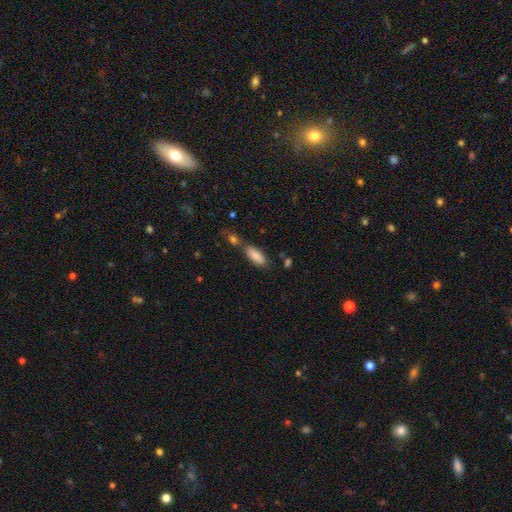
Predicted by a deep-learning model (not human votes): smooth_or_featured: smooth (p=0.85) [alt: featured or disk p=0.08]
how_rounded: in between (p=0.75) [alt: cigar-shaped p=0.23]
merging: none (p=0.58) [alt: merger p=0.22]